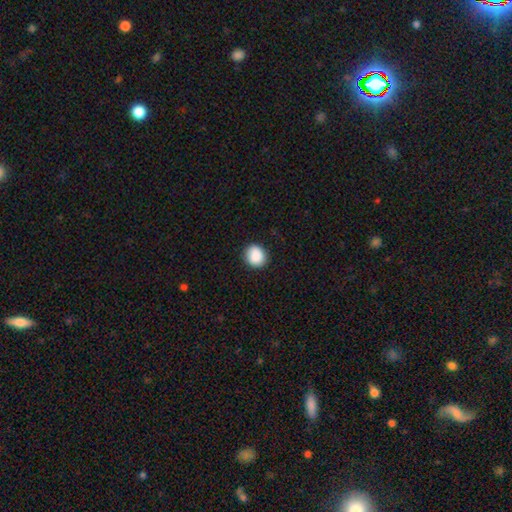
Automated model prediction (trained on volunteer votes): Smooth or featured?
  - smooth: 88% *
  - star or artifact: 8%
  - featured or disk: 4%
How rounded?
  - round: 78% *
  - in between: 21%
  - cigar-shaped: 1%
Merging?
  - none: 87% *
  - minor disturbance: 9%
  - major disturbance: 2%
  - merger: 1%